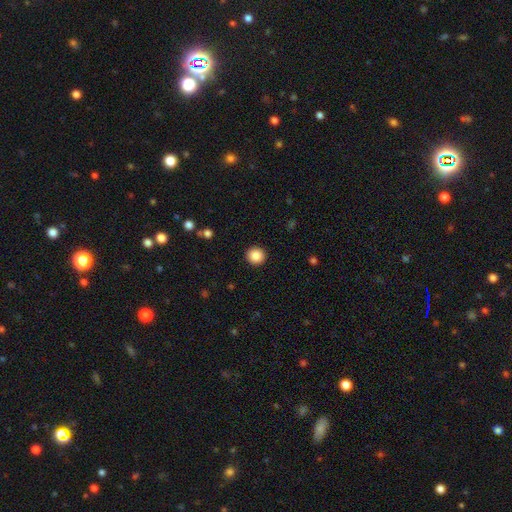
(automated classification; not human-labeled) Morphology: type=smooth (88%); roundness=round (93%); merging=none (92%).